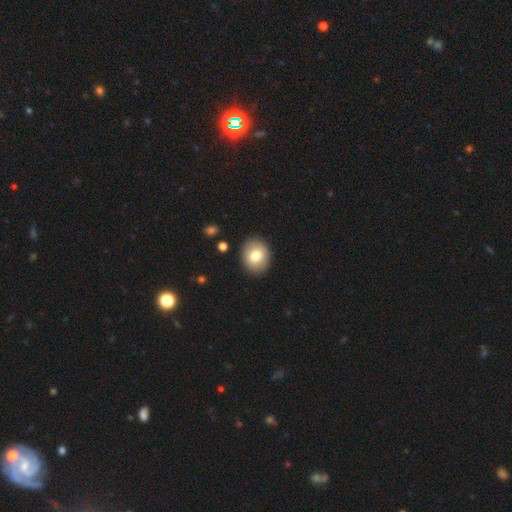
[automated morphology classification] Smooth or featured?
  - smooth: 79% *
  - featured or disk: 14%
  - star or artifact: 8%
How rounded?
  - round: 54% *
  - in between: 45%
  - cigar-shaped: 1%
Merging?
  - none: 89% *
  - minor disturbance: 8%
  - major disturbance: 2%
  - merger: 1%